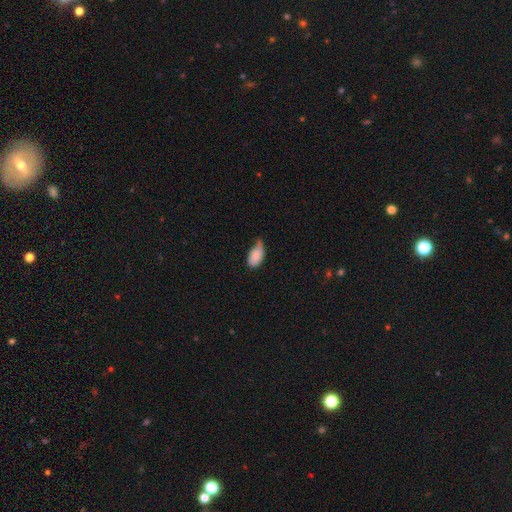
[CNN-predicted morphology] This is clearly a smooth galaxy (83%). How rounded: clearly in between (93%). Merging: possibly minor disturbance (46%).